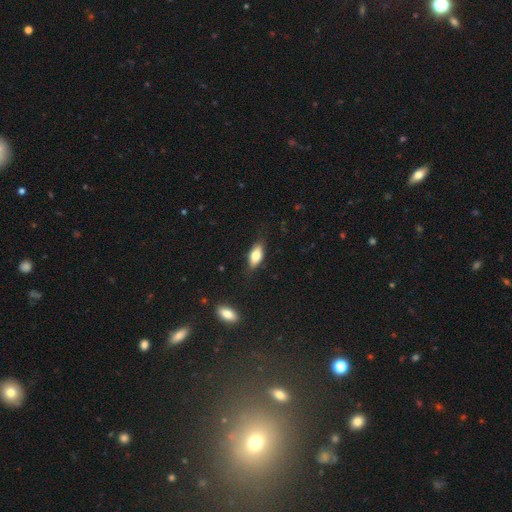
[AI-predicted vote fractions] Smooth or featured: smooth — 70% (featured or disk — 23%)
How rounded: in between — 80% (cigar-shaped — 16%)
Merging: none — 78% (minor disturbance — 16%)